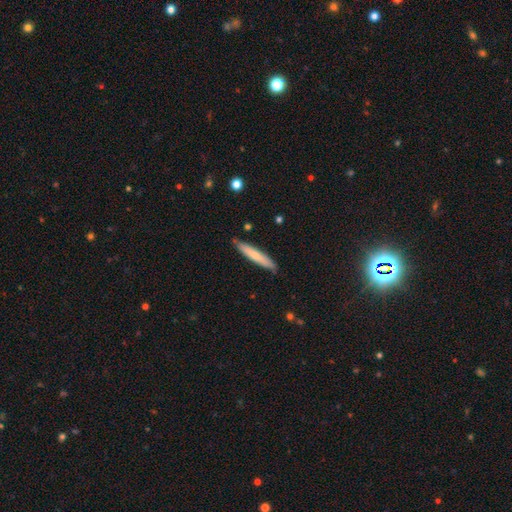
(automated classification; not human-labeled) smooth_or_featured: smooth (p=0.69) [alt: featured or disk p=0.26]
how_rounded: cigar-shaped (p=0.92) [alt: in between p=0.07]
merging: none (p=0.85) [alt: minor disturbance p=0.11]